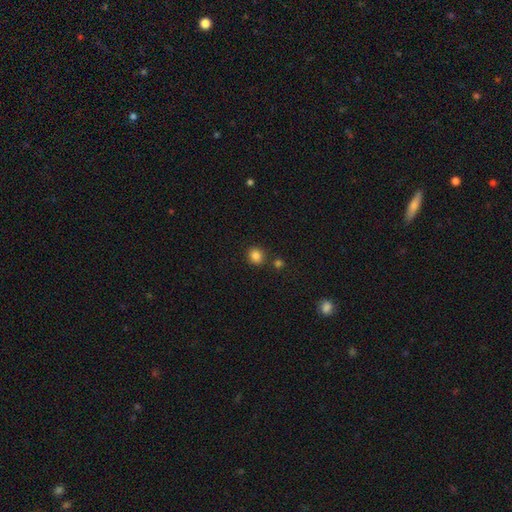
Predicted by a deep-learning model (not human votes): Overall: smooth (84%). How rounded: round (80%). Merging: none (82%).